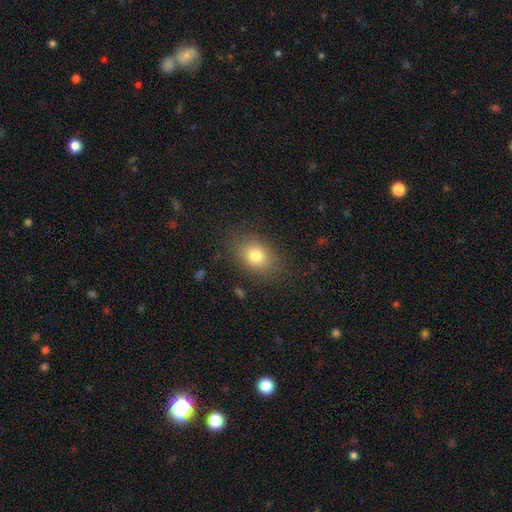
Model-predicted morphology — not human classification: The model was most divided on "how rounded": in between: 68%, round: 31%, cigar-shaped: 1%. More confident: merging — none (82%); smooth or featured — smooth (80%).